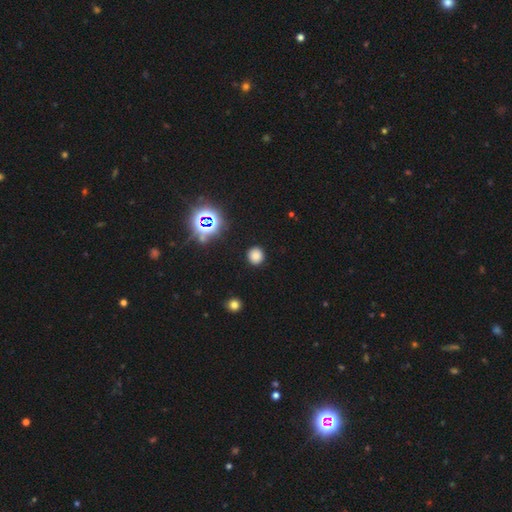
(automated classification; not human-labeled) Smooth or featured?
  - smooth: 77% *
  - star or artifact: 18%
  - featured or disk: 5%
How rounded?
  - round: 90% *
  - in between: 9%
  - cigar-shaped: 1%
Merging?
  - none: 90% *
  - minor disturbance: 6%
  - major disturbance: 2%
  - merger: 1%